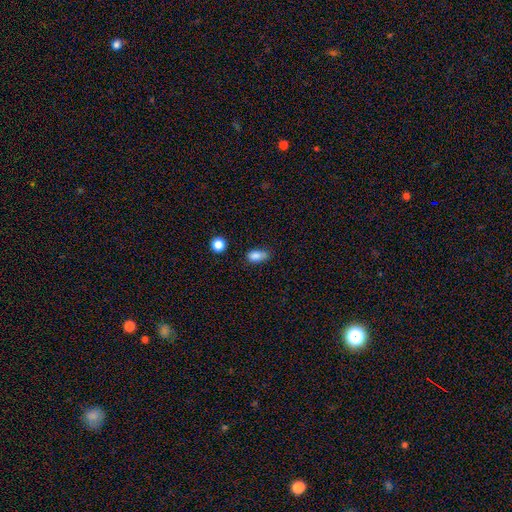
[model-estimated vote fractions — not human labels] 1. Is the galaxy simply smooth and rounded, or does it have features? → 83% smooth, 10% star or artifact, 7% featured or disk.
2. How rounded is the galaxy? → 83% in between, 11% round, 6% cigar-shaped.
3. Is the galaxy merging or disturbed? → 53% none, 34% minor disturbance, 8% major disturbance, 5% merger.